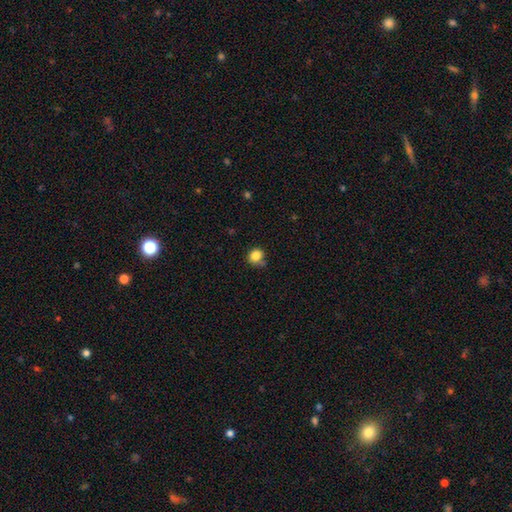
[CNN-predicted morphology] smooth_or_featured: smooth (p=0.84) [alt: star or artifact p=0.11]
how_rounded: round (p=0.85) [alt: in between p=0.14]
merging: none (p=0.68) [alt: minor disturbance p=0.21]